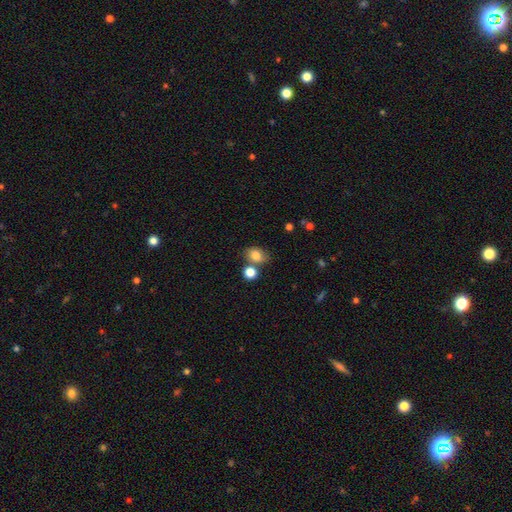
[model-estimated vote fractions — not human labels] smooth-or-featured: smooth: 81% | star or artifact: 10% | featured or disk: 9%
  how-rounded: in between: 64% | round: 34% | cigar-shaped: 1%
  merging: none: 61% | merger: 18% | minor disturbance: 16% | major disturbance: 5%